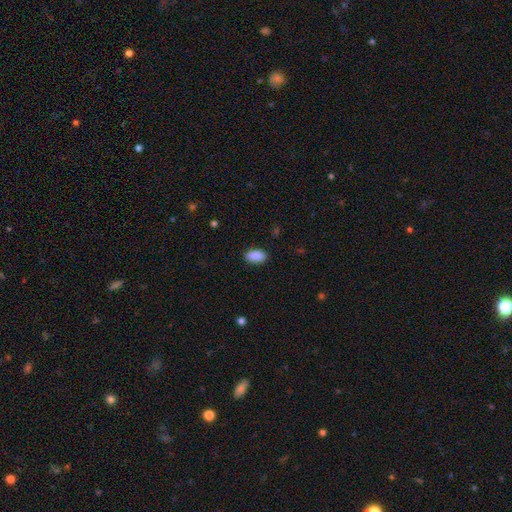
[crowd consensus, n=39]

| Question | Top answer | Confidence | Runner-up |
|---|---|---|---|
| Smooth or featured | smooth | 92% | star or artifact (5%) |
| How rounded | in between | 94% | round (3%) |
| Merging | none | 89% | minor disturbance (11%) |